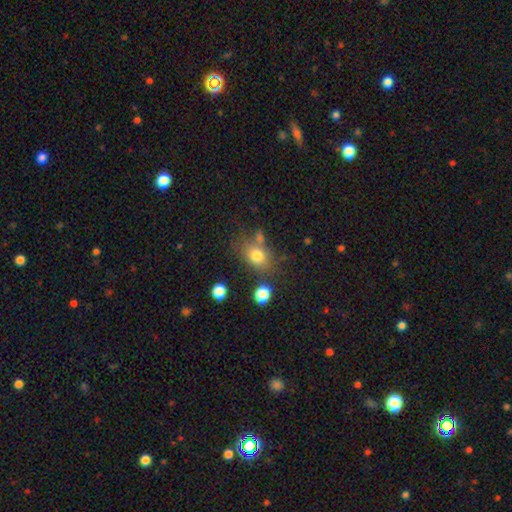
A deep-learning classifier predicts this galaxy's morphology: smooth 77%, star or artifact 12%, featured or disk 11%. Down the decision tree: how rounded — in between (59%); merging — none (64%).